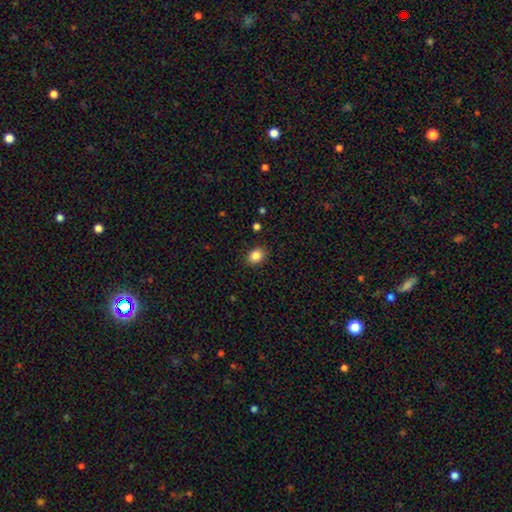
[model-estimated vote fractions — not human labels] This appears to be a smooth galaxy with no disk features (86%) that is in between round and cigar-shaped (64%). Merging: none (88%).